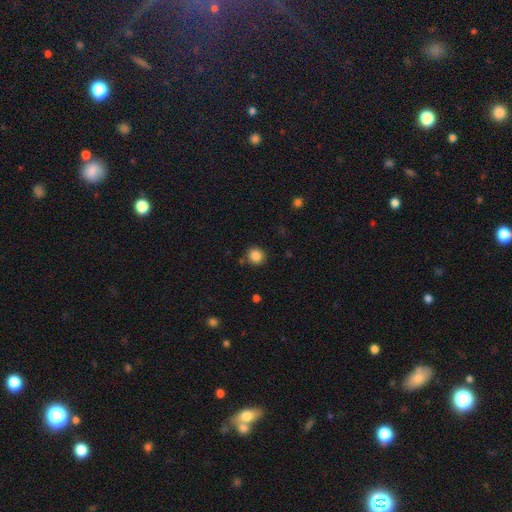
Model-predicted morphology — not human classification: type=smooth (86%); roundness=round (90%); merging=none (86%).